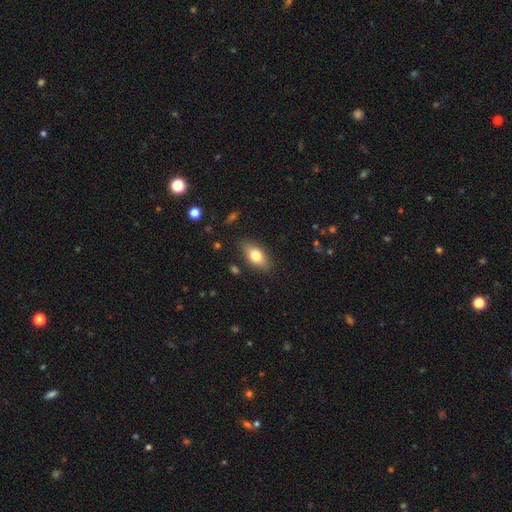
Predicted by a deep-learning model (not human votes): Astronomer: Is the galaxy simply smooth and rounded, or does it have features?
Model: smooth — 74%.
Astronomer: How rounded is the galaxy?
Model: in between — 85%.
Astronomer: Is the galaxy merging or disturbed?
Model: none — 83%.